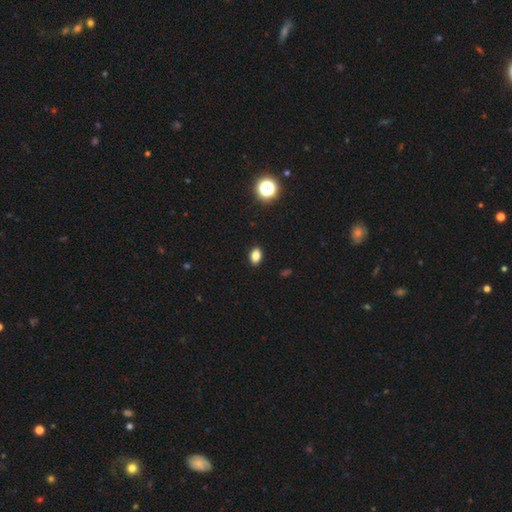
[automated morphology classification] A smooth galaxy with no disk features (82%) that is in between round and cigar-shaped (82%).

Vote fractions:
- Smooth or featured? smooth: 82% / star or artifact: 12% / featured or disk: 5%
- How rounded? in between: 82% / round: 16% / cigar-shaped: 2%
- Merging? none: 90% / minor disturbance: 7% / major disturbance: 2% / merger: 1%